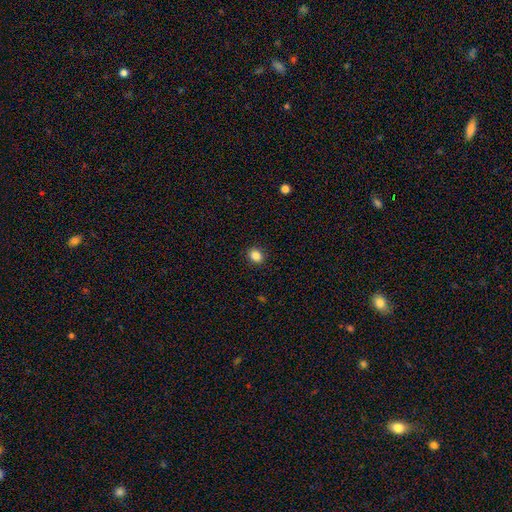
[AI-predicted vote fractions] smooth-or-featured: smooth: 85% | star or artifact: 11% | featured or disk: 4%
  how-rounded: round: 66% | in between: 33% | cigar-shaped: 1%
  merging: none: 91% | minor disturbance: 6% | major disturbance: 2% | merger: 1%